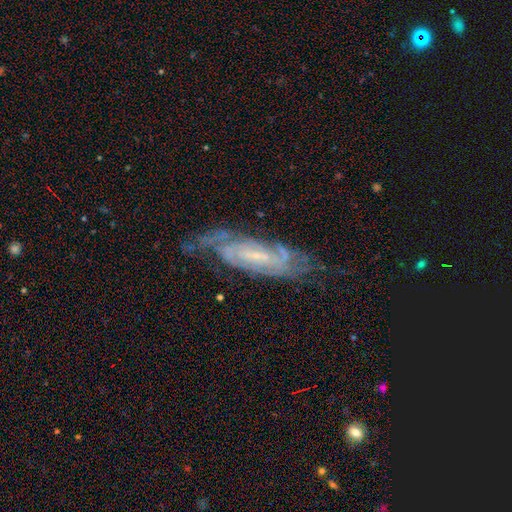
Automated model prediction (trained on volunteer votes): featured or disk 84%, smooth 9%, star or artifact 7%. Down the decision tree: edge-on disk — no (85%); bar — weak (46%); spiral arms — yes (95%); spiral arm count — 2 (48%); spiral winding — tight (54%); bulge size — small (62%); merging — none (67%).